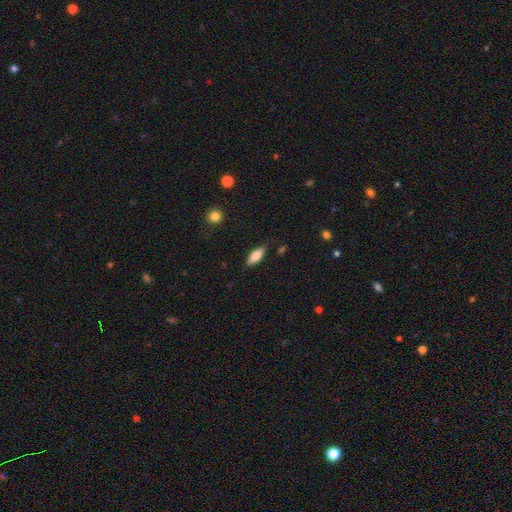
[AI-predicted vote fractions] Smooth or featured? Predicted: smooth (p=0.77). How rounded? Predicted: in between (p=0.73). Merging? Predicted: none (p=0.83).